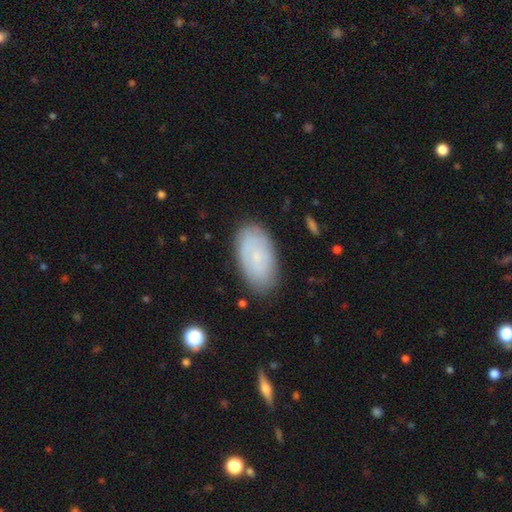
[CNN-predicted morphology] type=smooth (55%); roundness=in between (94%); merging=none (82%).